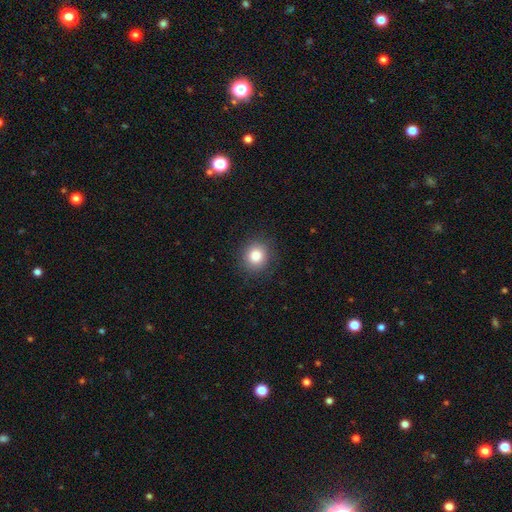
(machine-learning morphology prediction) Q: Smooth or featured?
A: smooth (84%); runner-up: star or artifact (10%)
Q: How rounded?
A: round (85%); runner-up: in between (14%)
Q: Merging?
A: none (89%); runner-up: minor disturbance (8%)